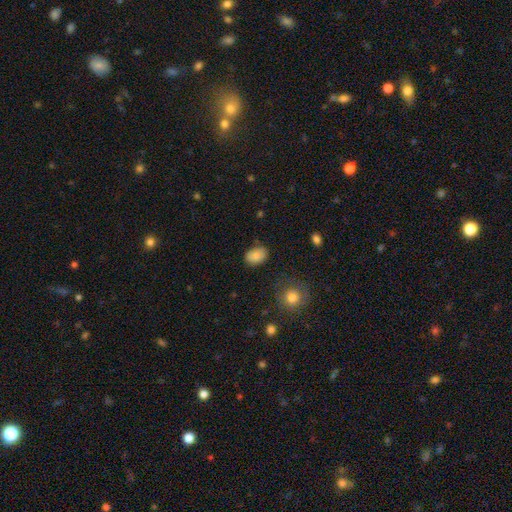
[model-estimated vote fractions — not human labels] Smooth or featured?
  - smooth: 86% *
  - star or artifact: 9%
  - featured or disk: 5%
How rounded?
  - in between: 81% *
  - round: 18%
  - cigar-shaped: 1%
Merging?
  - none: 83% *
  - minor disturbance: 12%
  - major disturbance: 3%
  - merger: 2%